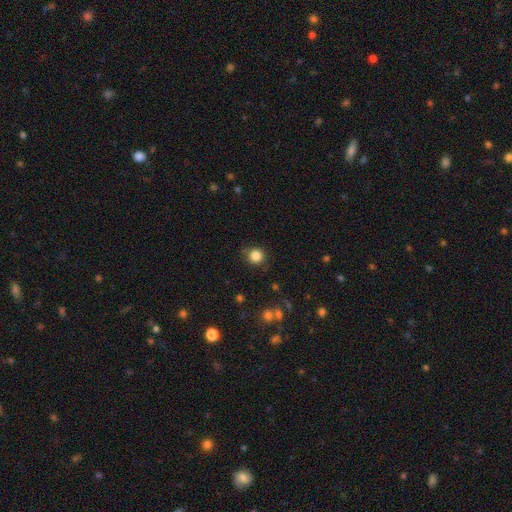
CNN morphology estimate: This is clearly a smooth galaxy (84%). How rounded: clearly round (92%). Merging: clearly none (84%).